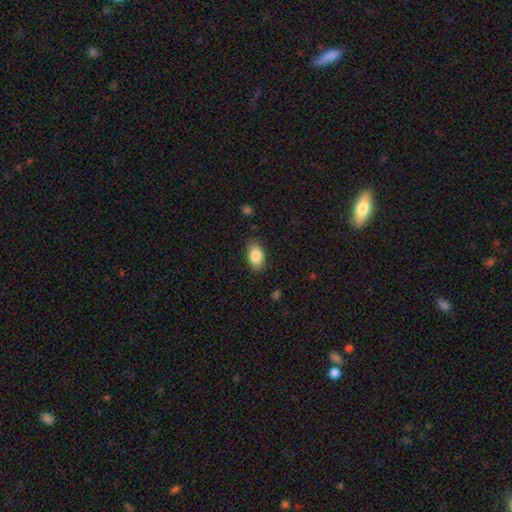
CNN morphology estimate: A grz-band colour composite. It shows a smooth galaxy with no disk features (86%) that is in between round and cigar-shaped (91%). Merging: none (85%).